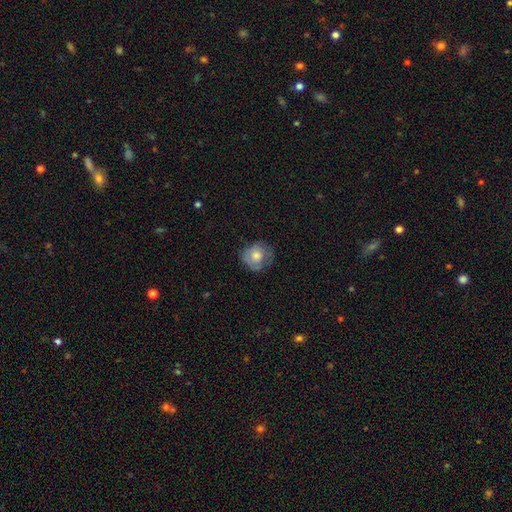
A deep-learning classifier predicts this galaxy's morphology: type=smooth (64%); roundness=round (82%); merging=none (60%).